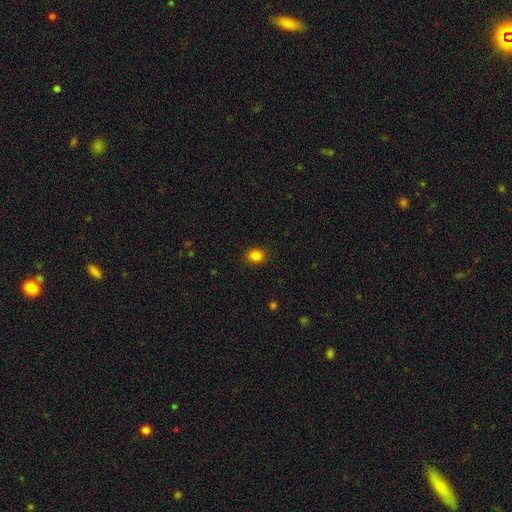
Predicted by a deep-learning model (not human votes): Overall: smooth (83%). How rounded: round (66%; in between 33%). Merging: none (90%).